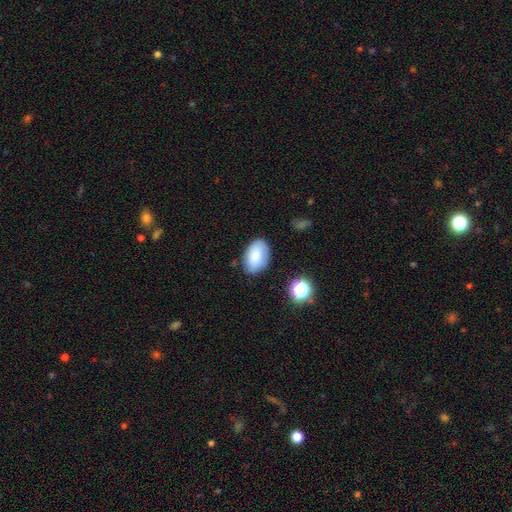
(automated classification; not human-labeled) smooth_or_featured: smooth (p=0.83) [alt: featured or disk p=0.09]
how_rounded: in between (p=0.90) [alt: round p=0.09]
merging: none (p=0.75) [alt: minor disturbance p=0.18]